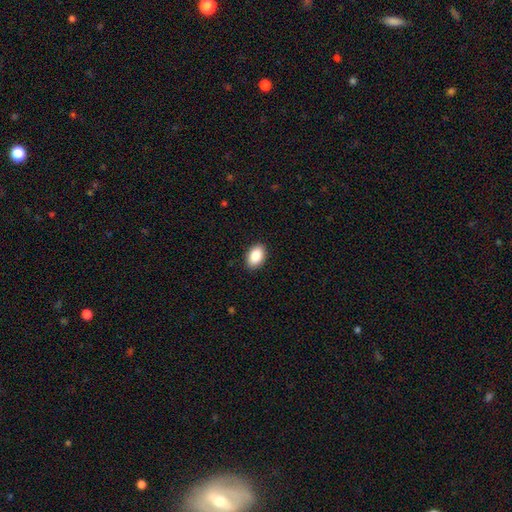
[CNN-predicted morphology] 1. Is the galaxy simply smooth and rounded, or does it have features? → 87% smooth, 7% star or artifact, 6% featured or disk.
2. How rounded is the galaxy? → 88% in between, 11% round, 1% cigar-shaped.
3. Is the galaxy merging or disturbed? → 90% none, 7% minor disturbance, 2% major disturbance, 1% merger.